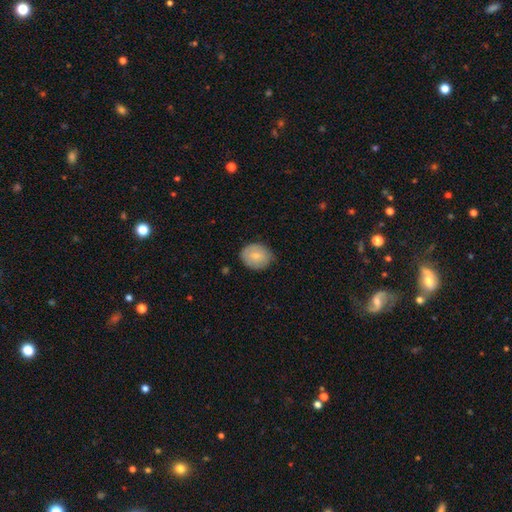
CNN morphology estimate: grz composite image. It shows a smooth galaxy with no disk features (75%) that is round (62%). Merging: none (75%).